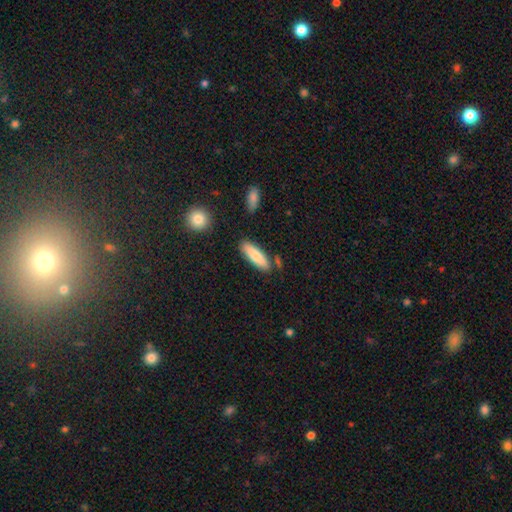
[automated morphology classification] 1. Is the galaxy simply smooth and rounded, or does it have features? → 80% smooth, 14% featured or disk, 6% star or artifact.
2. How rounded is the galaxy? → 51% cigar-shaped, 47% in between, 2% round.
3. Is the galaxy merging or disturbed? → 81% none, 12% minor disturbance, 5% merger, 3% major disturbance.